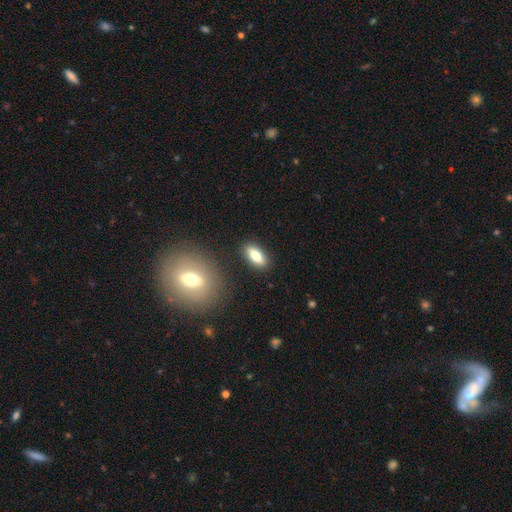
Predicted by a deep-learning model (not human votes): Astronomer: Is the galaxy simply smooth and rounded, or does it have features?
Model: smooth — 73%.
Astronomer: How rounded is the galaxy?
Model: in between — 77%.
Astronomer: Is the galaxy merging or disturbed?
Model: none — 86%.